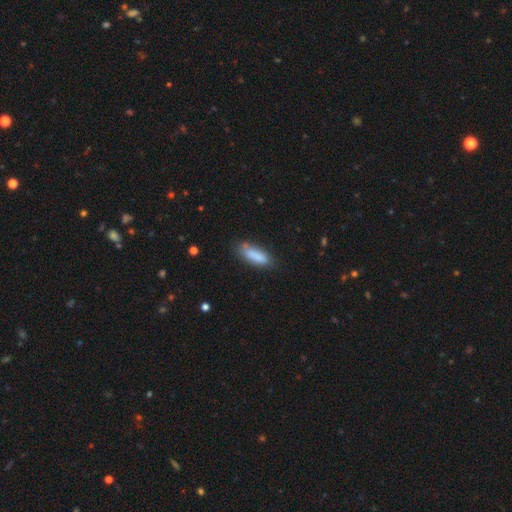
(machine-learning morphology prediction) The model was most divided on "how rounded": in between: 55%, cigar-shaped: 43%, round: 2%. More confident: smooth or featured — smooth (83%); merging — none (69%).